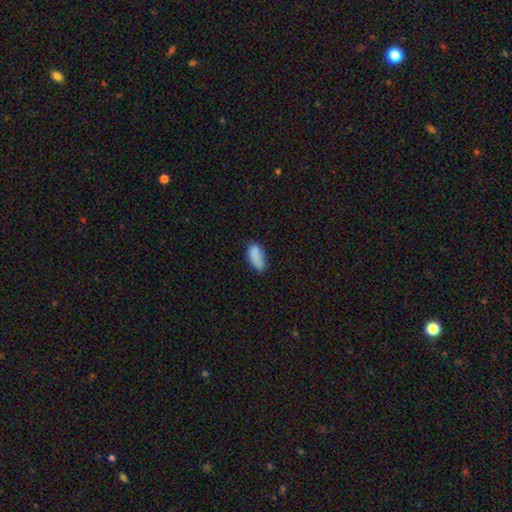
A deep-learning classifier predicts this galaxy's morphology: type=smooth (87%); roundness=in between (91%); merging=none (68%).